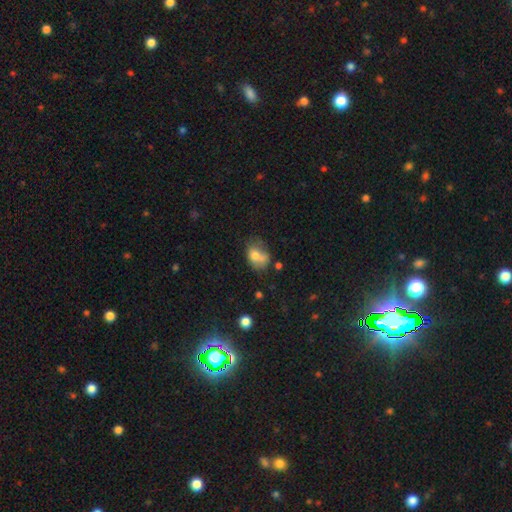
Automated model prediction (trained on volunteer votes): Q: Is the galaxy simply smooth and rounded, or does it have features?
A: smooth — 69%.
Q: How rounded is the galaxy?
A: in between — 68%.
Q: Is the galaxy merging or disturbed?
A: none — 34%.